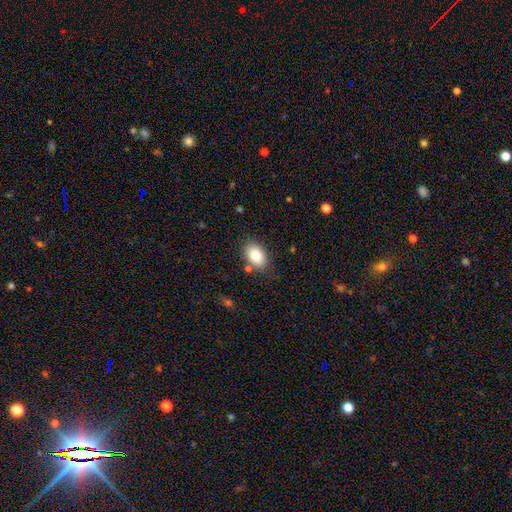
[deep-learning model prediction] smooth 81%, featured or disk 11%, star or artifact 8%. Down the decision tree: how rounded — in between (84%); merging — none (80%).